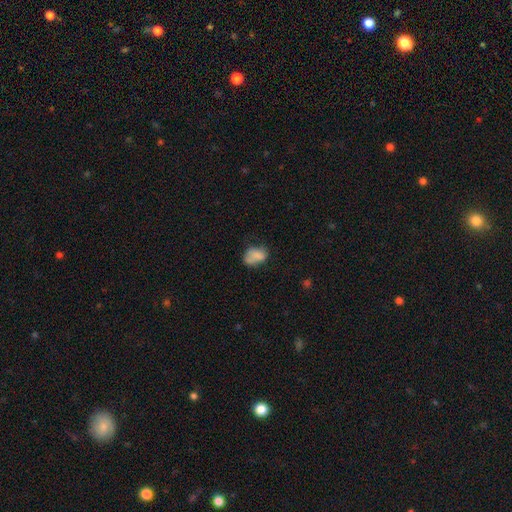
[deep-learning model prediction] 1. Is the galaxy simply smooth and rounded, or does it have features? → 77% smooth, 13% featured or disk, 10% star or artifact.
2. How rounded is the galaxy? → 77% in between, 22% round, 1% cigar-shaped.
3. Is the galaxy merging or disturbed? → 44% none, 32% minor disturbance, 14% major disturbance, 9% merger.